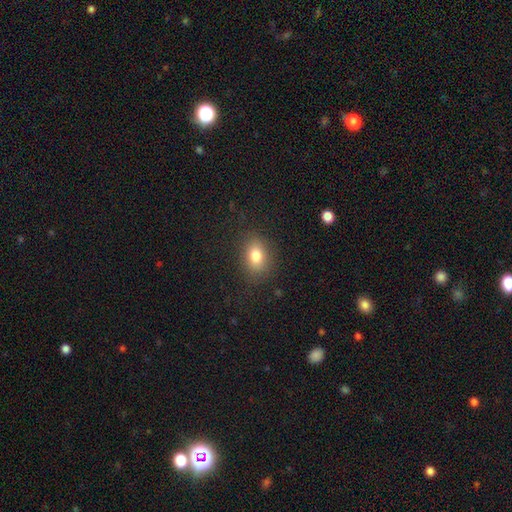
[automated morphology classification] Smooth or featured: smooth — 80% (star or artifact — 11%)
How rounded: in between — 67% (round — 32%)
Merging: none — 83% (minor disturbance — 12%)